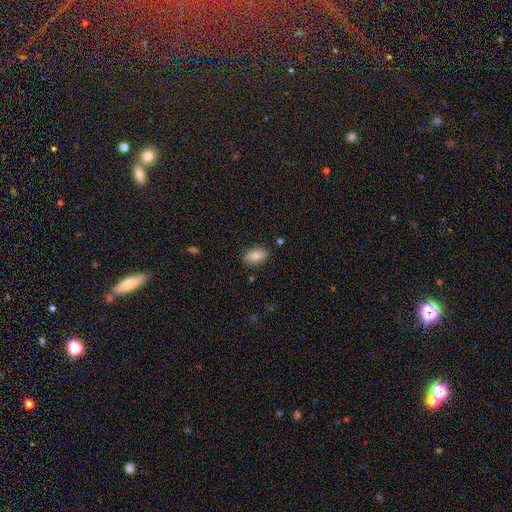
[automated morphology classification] This appears to be a smooth galaxy with no disk features (83%) that is in between round and cigar-shaped (89%). Merging: none (84%).